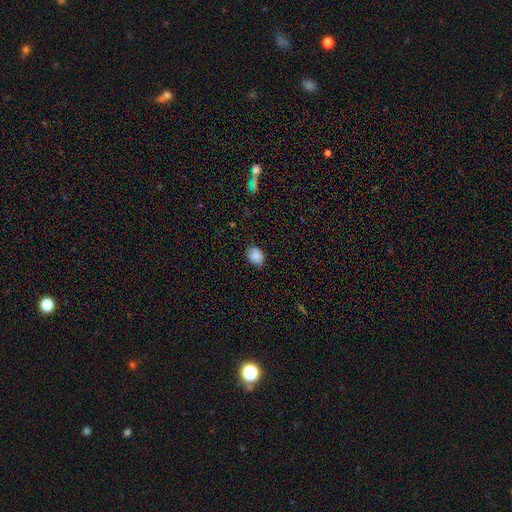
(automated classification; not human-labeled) Overall: smooth (87%). How rounded: in between (59%; round 40%). Merging: none (76%).